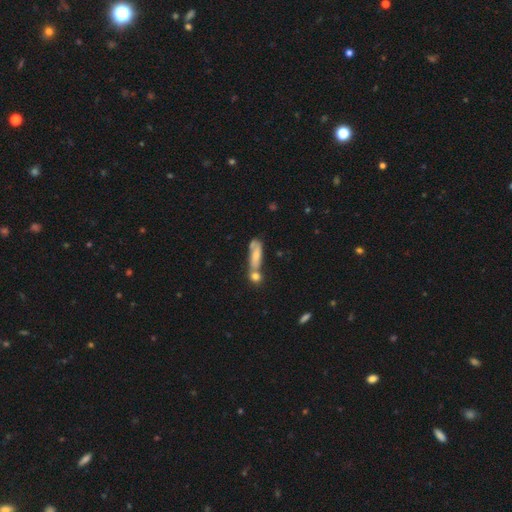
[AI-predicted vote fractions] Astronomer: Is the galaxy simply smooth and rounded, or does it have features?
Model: smooth — 62%.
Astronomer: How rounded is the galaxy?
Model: cigar-shaped — 54% (runner-up: in between, 42%).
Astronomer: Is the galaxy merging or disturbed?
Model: merger — 42% (runner-up: none, 35%).